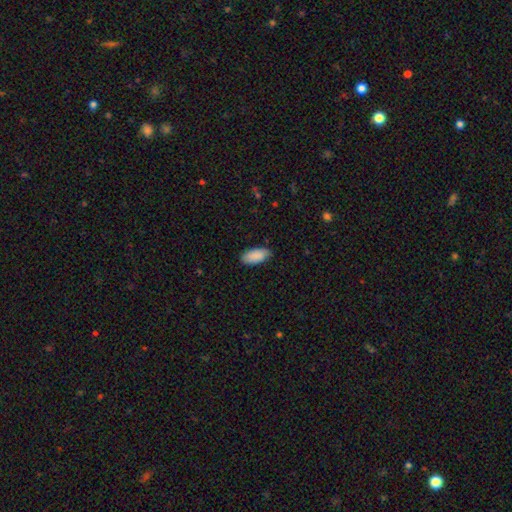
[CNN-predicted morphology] This appears to be a smooth galaxy with no disk features (89%) that is in between round and cigar-shaped (93%). Merging: none (83%).